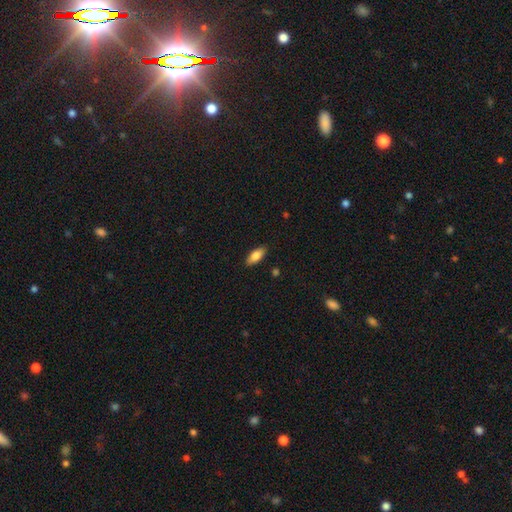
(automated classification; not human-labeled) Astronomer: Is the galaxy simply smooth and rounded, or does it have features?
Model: smooth — 80%.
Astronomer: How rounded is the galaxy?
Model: in between — 81%.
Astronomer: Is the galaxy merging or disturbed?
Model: none — 87%.